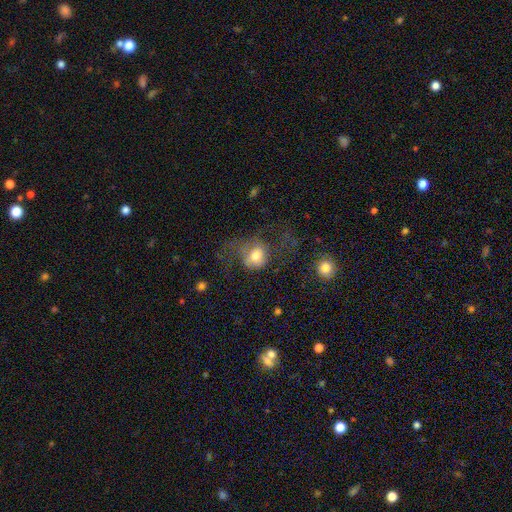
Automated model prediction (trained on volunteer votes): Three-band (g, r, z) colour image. It shows a smooth galaxy with no disk features (71%) that is round (65%). Merging: major disturbance (44%).